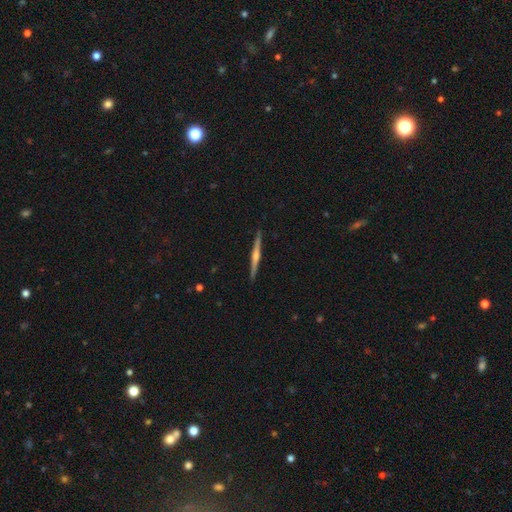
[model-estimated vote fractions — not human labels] smooth-or-featured: featured or disk: 79% | smooth: 16% | star or artifact: 5%
  disk-edge-on: yes: 99% | no: 1%
    edge-on-bulge: rounded: 80% | none: 11% | boxy: 9%
  merging: none: 93% | minor disturbance: 5% | major disturbance: 1% | merger: 1%